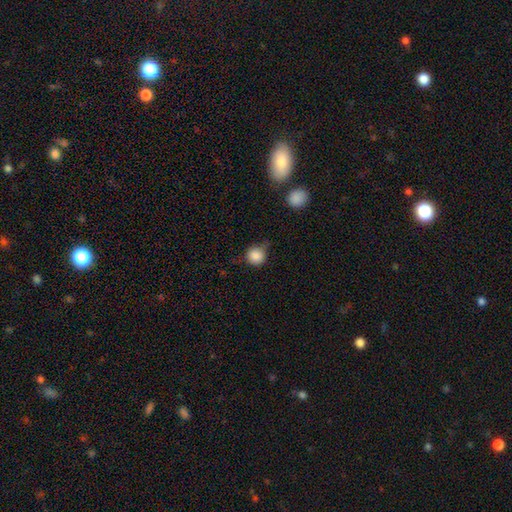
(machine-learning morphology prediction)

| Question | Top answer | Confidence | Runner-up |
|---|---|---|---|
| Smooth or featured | smooth | 86% | star or artifact (9%) |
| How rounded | round | 90% | in between (9%) |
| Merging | none | 59% | minor disturbance (29%) |